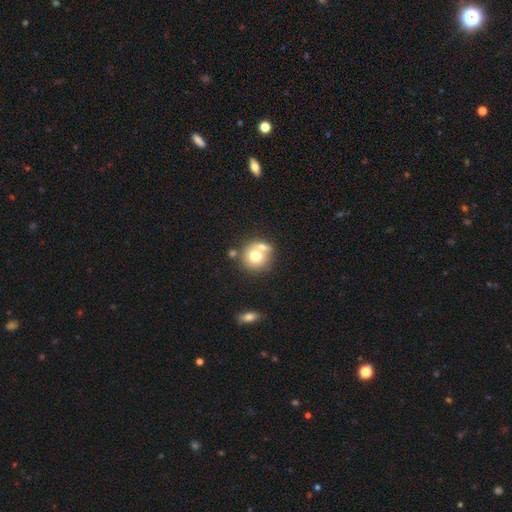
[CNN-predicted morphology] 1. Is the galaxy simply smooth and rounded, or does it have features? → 69% smooth, 21% featured or disk, 10% star or artifact.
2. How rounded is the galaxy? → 86% round, 13% in between, 1% cigar-shaped.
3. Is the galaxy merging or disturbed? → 47% none, 37% merger, 11% minor disturbance, 5% major disturbance.